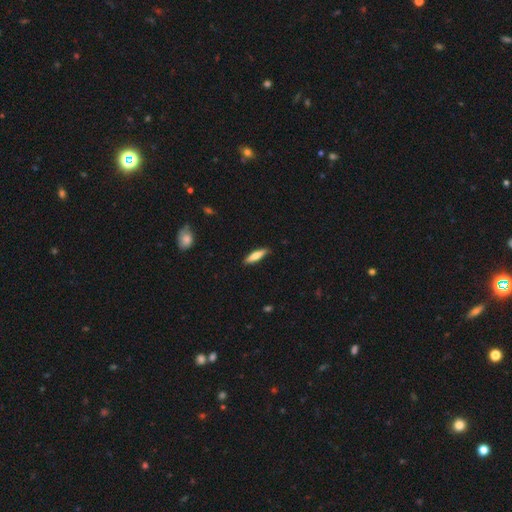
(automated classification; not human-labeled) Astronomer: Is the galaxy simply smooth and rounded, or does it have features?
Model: smooth — 71%.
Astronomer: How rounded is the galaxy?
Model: cigar-shaped — 72%.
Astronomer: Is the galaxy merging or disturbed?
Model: none — 85%.